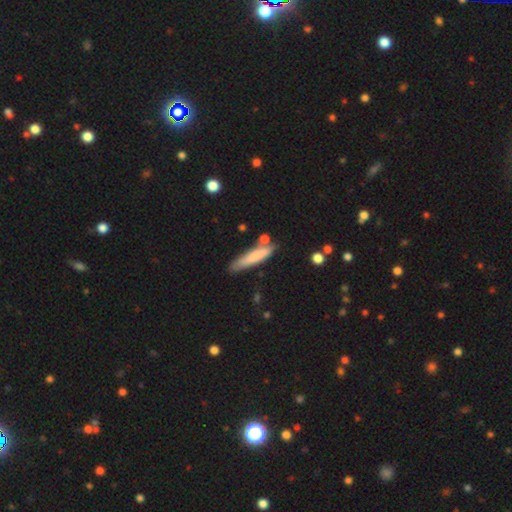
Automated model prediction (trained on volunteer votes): smooth-or-featured: smooth: 75% | featured or disk: 19% | star or artifact: 6%
  how-rounded: cigar-shaped: 84% | in between: 14% | round: 1%
  merging: none: 68% | minor disturbance: 19% | merger: 9% | major disturbance: 4%